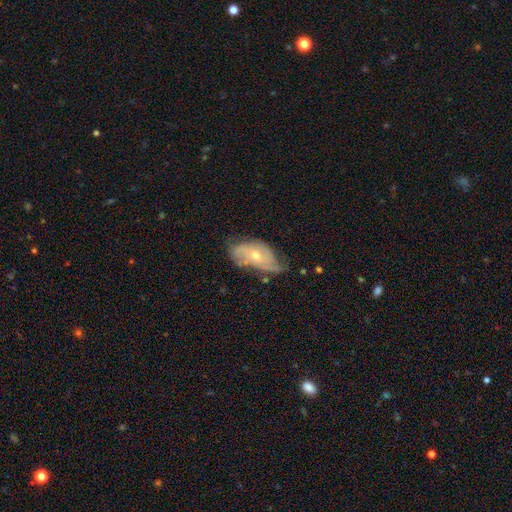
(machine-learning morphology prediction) This appears to be a featured or disk galaxy (69%) with no bar (74%), 2 (34%, tied with can't tell) tight (42%) spiral arms (82%) and a small central bulge (49%). Merging: none (48%).